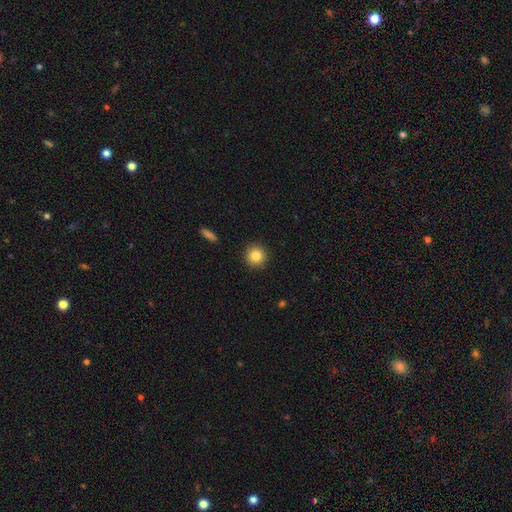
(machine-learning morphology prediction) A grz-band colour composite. It shows a smooth galaxy with no disk features (84%) that is round (94%). Merging: none (92%).